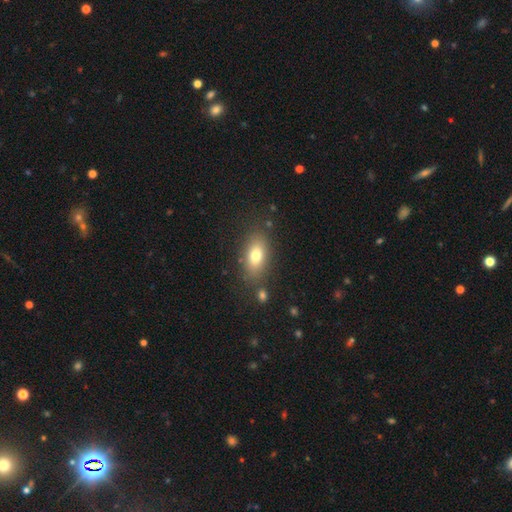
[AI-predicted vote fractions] Smooth or featured? Predicted: smooth (p=0.76). How rounded? Predicted: in between (p=0.85). Merging? Predicted: none (p=0.80).